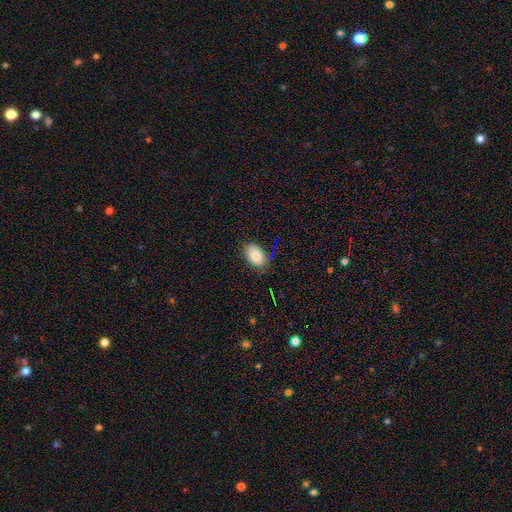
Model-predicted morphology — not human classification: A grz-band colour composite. It shows a smooth galaxy with no disk features (83%) that is in between round and cigar-shaped (89%). Merging: none (79%).